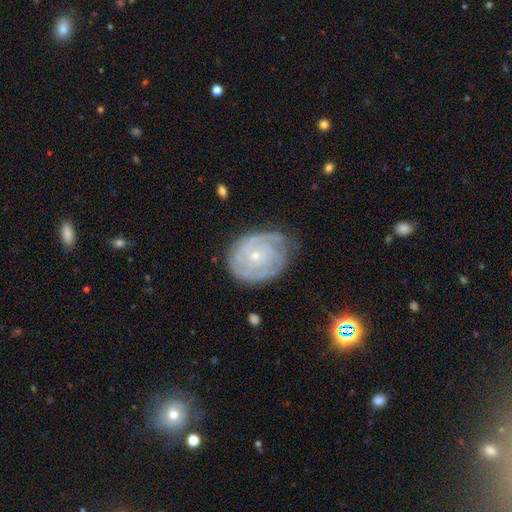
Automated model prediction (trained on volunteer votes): Smooth or featured? Predicted: featured or disk (p=0.81). Edge-on disk? Predicted: no (p=0.97). Bar? Predicted: no (p=0.81). Spiral arms? Predicted: yes (p=0.92). Spiral winding? Predicted: tight (p=0.79). Spiral arm count? Predicted: can't tell (p=0.39). Bulge size? Predicted: small (p=0.77). Merging? Predicted: none (p=0.69).